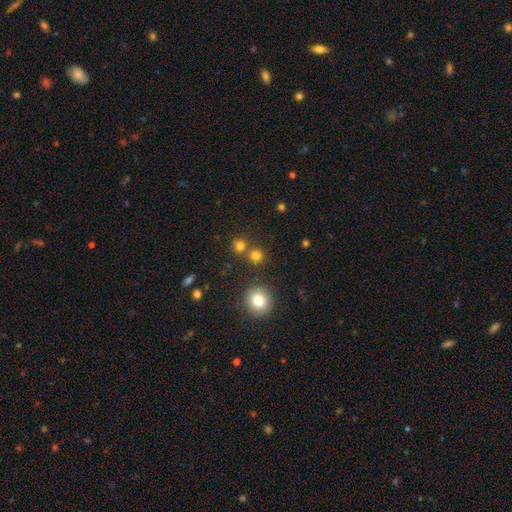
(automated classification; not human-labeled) smooth-or-featured: smooth: 78% | star or artifact: 17% | featured or disk: 6%
  how-rounded: round: 90% | in between: 9% | cigar-shaped: 1%
  merging: none: 74% | merger: 17% | minor disturbance: 6% | major disturbance: 3%